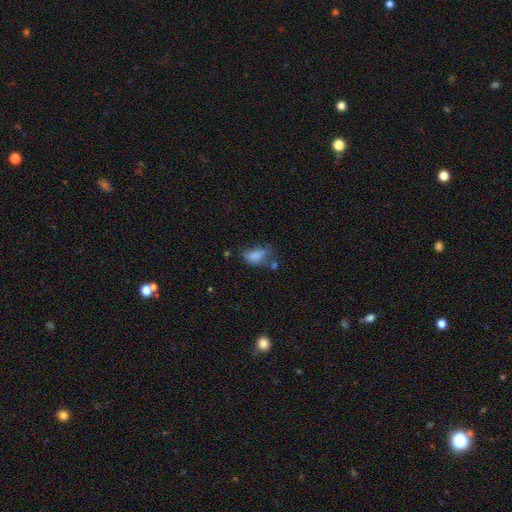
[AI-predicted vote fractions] Overall: smooth (77%). How rounded: in between (89%). Merging: none (33%; minor disturbance 32%).